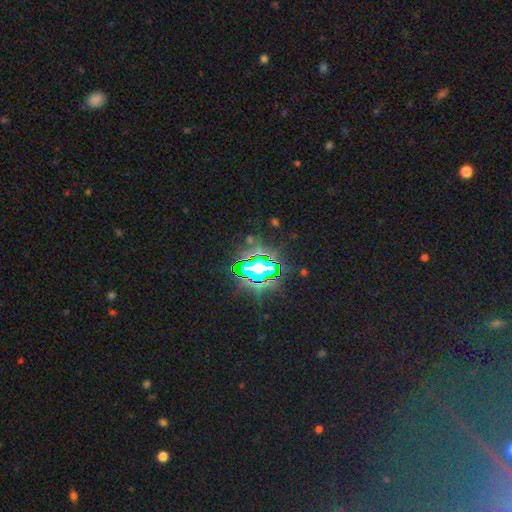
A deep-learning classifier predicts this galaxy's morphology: Q: Smooth or featured?
A: star or artifact (82%); runner-up: smooth (11%)